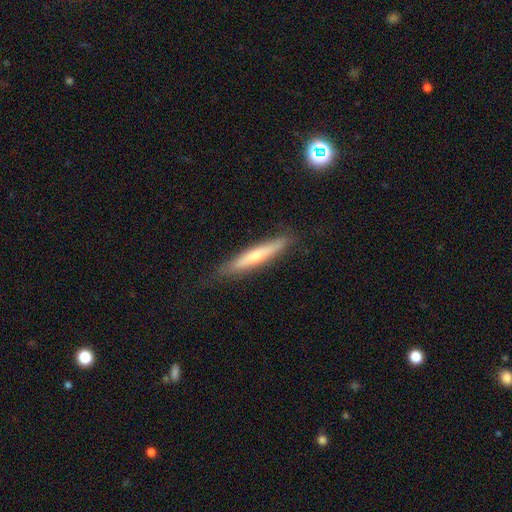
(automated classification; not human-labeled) A smooth galaxy with no disk features (47%). Merging: none (84%).